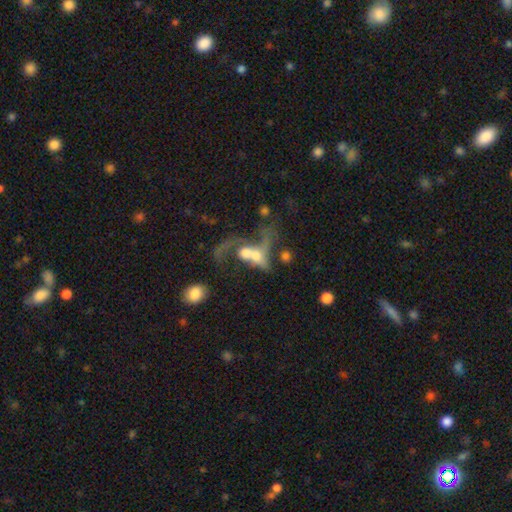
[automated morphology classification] smooth-or-featured: featured or disk: 50% | smooth: 38% | star or artifact: 12%
  merging: merger: 68% | major disturbance: 19% | none: 8% | minor disturbance: 5%